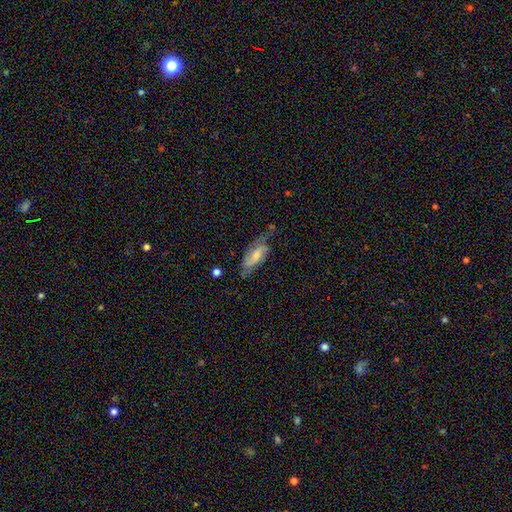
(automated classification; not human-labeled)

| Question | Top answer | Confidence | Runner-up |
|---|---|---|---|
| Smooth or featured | featured or disk | 58% | smooth (34%) |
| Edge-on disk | no | 89% | yes (11%) |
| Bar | no | 49% | weak (39%) |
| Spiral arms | yes | 88% | no (12%) |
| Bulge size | moderate | 39% | small (32%) |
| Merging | none | 47% | minor disturbance (30%) |